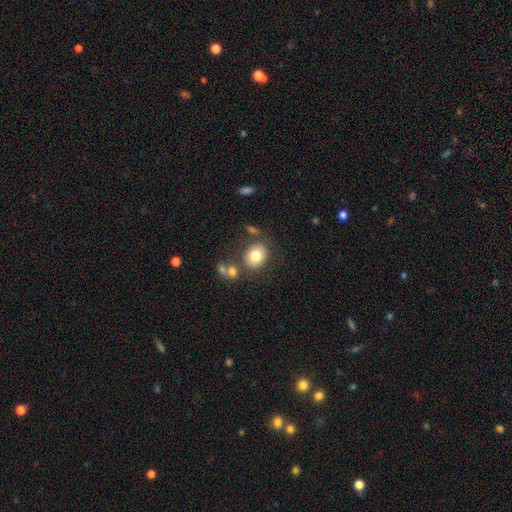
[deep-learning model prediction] Q: Smooth or featured?
A: smooth (81%); runner-up: featured or disk (11%)
Q: How rounded?
A: round (50%); runner-up: in between (49%)
Q: Merging?
A: none (72%); runner-up: minor disturbance (13%)